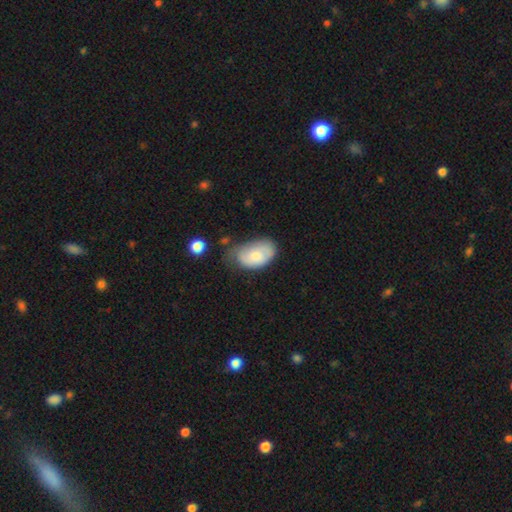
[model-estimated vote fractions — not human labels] Q: Smooth or featured?
A: smooth (68%); runner-up: featured or disk (26%)
Q: How rounded?
A: in between (91%); runner-up: round (8%)
Q: Merging?
A: none (43%); runner-up: minor disturbance (38%)